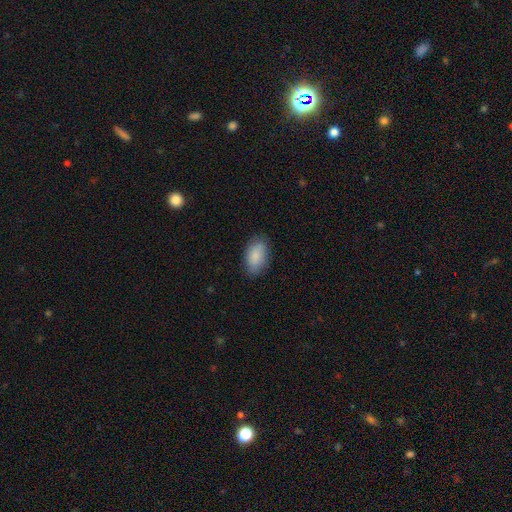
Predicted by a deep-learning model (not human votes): This is clearly a smooth galaxy (87%). How rounded: clearly in between (93%). Merging: clearly none (82%).